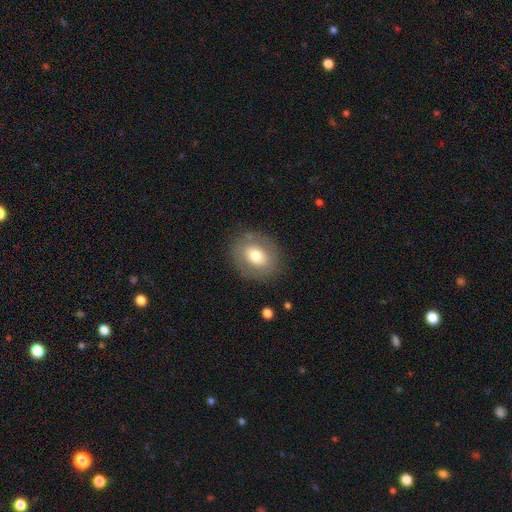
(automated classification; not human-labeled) smooth-or-featured: smooth: 66% | featured or disk: 25% | star or artifact: 9%
  how-rounded: round: 57% | in between: 42% | cigar-shaped: 1%
  merging: none: 83% | minor disturbance: 11% | major disturbance: 5% | merger: 1%